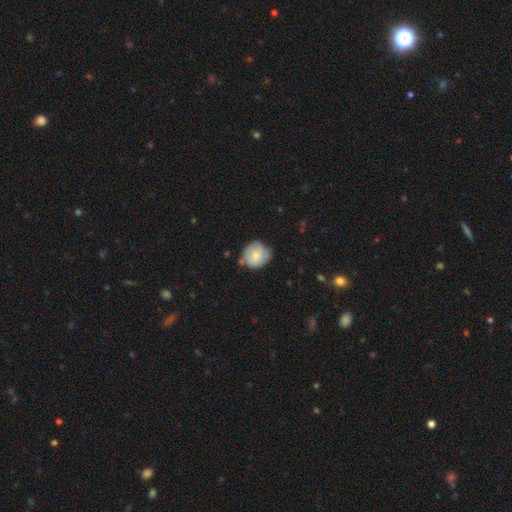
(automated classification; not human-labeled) smooth_or_featured: smooth (p=0.74) [alt: featured or disk p=0.19]
how_rounded: round (p=0.75) [alt: in between p=0.24]
merging: none (p=0.59) [alt: minor disturbance p=0.31]